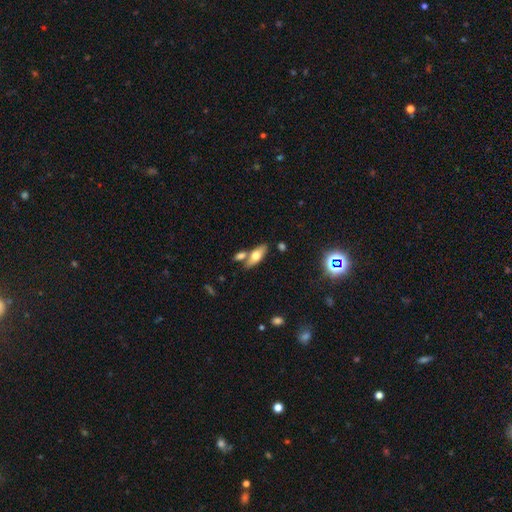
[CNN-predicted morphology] A smooth galaxy with no disk features (60%) that is in between round and cigar-shaped (71%).

Vote fractions:
- Smooth or featured? smooth: 60% / featured or disk: 32% / star or artifact: 8%
- How rounded? in between: 71% / cigar-shaped: 25% / round: 3%
- Merging? none: 63% / merger: 22% / minor disturbance: 12% / major disturbance: 3%